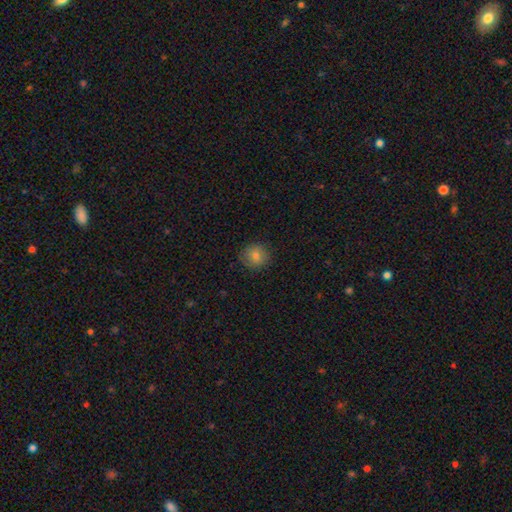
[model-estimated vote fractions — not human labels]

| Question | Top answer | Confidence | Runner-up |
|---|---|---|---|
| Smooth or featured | smooth | 79% | star or artifact (12%) |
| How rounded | round | 88% | in between (11%) |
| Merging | none | 88% | minor disturbance (9%) |